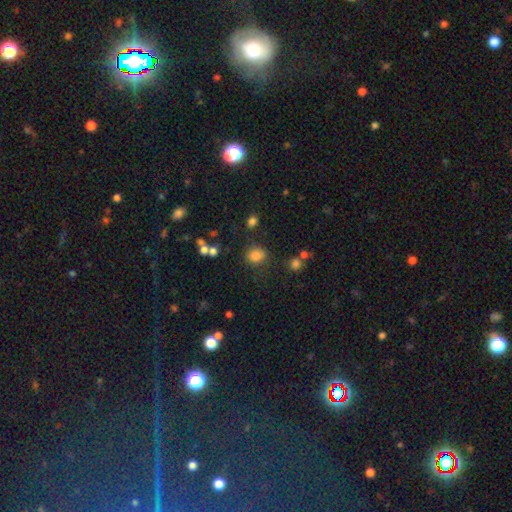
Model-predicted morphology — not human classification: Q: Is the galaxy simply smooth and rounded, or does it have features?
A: smooth — 81%.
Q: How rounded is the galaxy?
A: round — 58%.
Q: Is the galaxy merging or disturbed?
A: none — 75%.